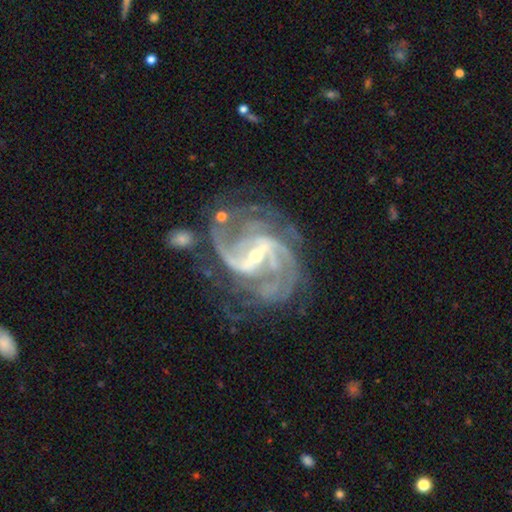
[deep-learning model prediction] This is clearly a featured or disk galaxy (93%). It is clearly not viewed edge-on (98%). Bar: possibly strong (57%). Spiral arm pattern: clearly yes (98%). Spiral arm count: marginally 2 (40%). Spiral winding: possibly medium (53%). Central bulge: likely small (67%). Merging: possibly none (60%).